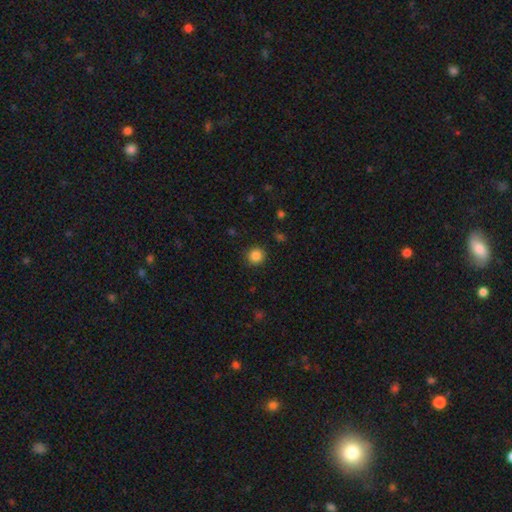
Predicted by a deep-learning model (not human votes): smooth 85%, star or artifact 11%, featured or disk 4%. Down the decision tree: how rounded — round (93%); merging — none (90%).